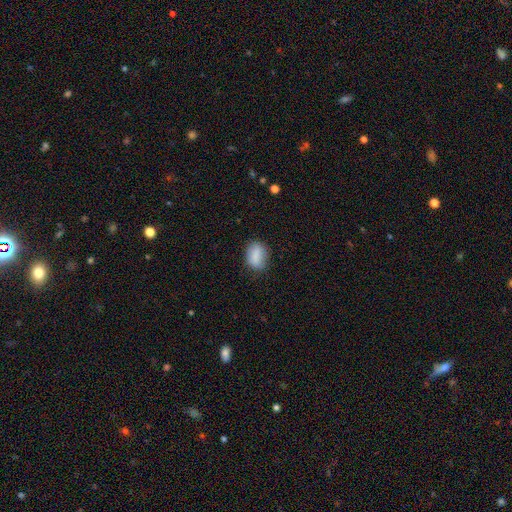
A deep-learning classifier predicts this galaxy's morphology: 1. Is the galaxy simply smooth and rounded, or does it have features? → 84% smooth, 9% featured or disk, 8% star or artifact.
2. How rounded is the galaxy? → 77% in between, 20% round, 3% cigar-shaped.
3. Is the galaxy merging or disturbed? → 77% none, 17% minor disturbance, 4% major disturbance, 1% merger.